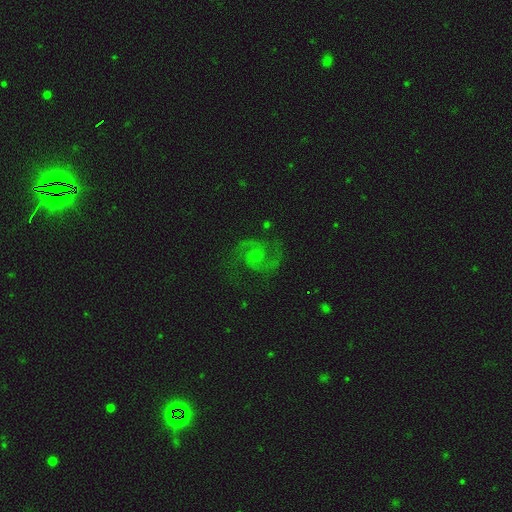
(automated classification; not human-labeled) Smooth or featured: featured or disk — 80% (star or artifact — 11%)
Edge-on disk: no — 98% (yes — 2%)
Bar: no — 60% (weak — 34%)
Spiral arms: yes — 96% (no — 4%)
Spiral winding: medium — 58% (loose — 25%)
Spiral arm count: 2 — 91% (can't tell — 3%)
Bulge size: small — 39% (none — 35%)
Merging: none — 75% (minor disturbance — 14%)